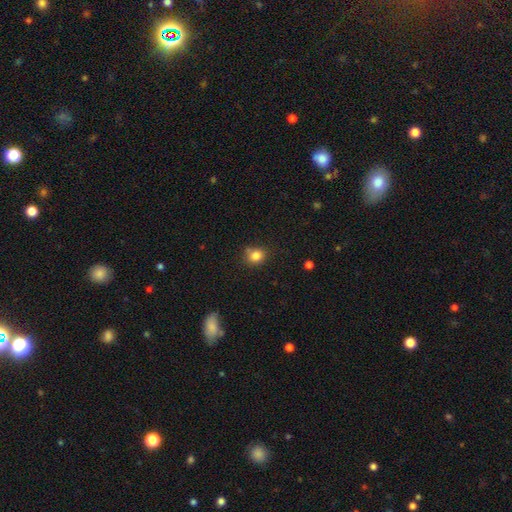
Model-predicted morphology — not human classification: This is clearly a smooth galaxy (82%). How rounded: likely round (75%). Merging: likely none (73%).